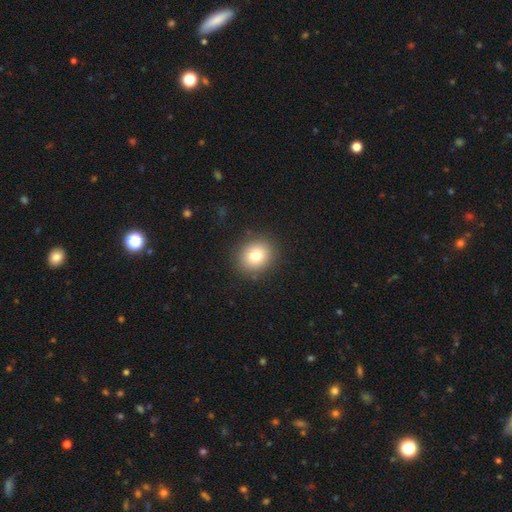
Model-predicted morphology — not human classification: Smooth or featured? smooth (79%)
How rounded? round (74%)
Merging? none (88%)